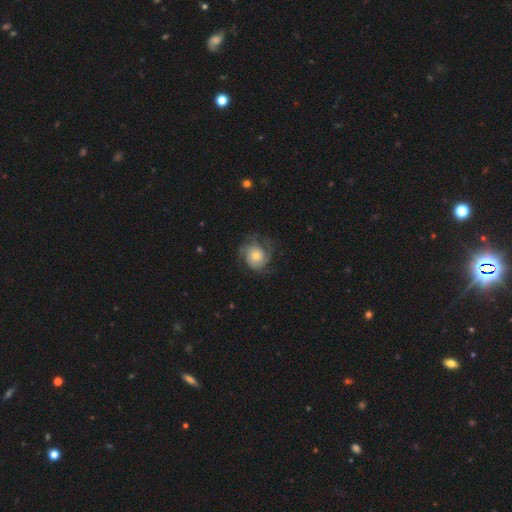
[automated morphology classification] Smooth or featured?
  - featured or disk: 75% *
  - smooth: 18%
  - star or artifact: 7%
Edge-on disk?
  - no: 98% *
  - yes: 2%
Bar?
  - no: 80% *
  - weak: 17%
  - strong: 3%
Spiral arms?
  - yes: 94% *
  - no: 6%
Spiral winding?
  - tight: 52% *
  - medium: 36%
  - loose: 12%
Spiral arm count?
  - 3: 31% *
  - can't tell: 25%
  - 2: 19%
  - 4: 13%
  - 1: 6%
  - more than 4: 6%
Bulge size?
  - moderate: 51% *
  - small: 33%
  - large: 12%
  - none: 2%
  - dominant: 2%
Merging?
  - none: 68% *
  - minor disturbance: 18%
  - major disturbance: 13%
  - merger: 1%